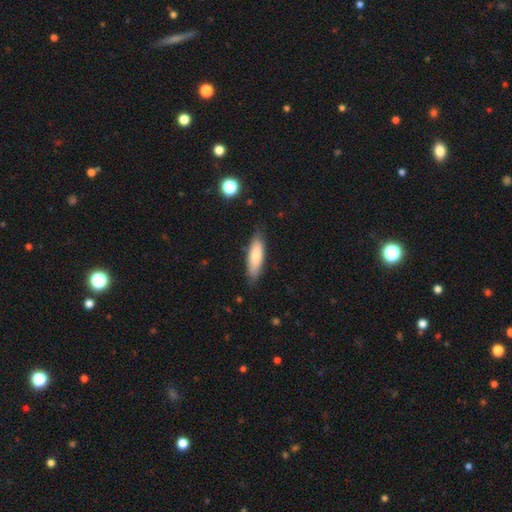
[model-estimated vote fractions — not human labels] Morphology: type=smooth (75%); roundness=cigar-shaped (49%, tied with in between); merging=none (81%).